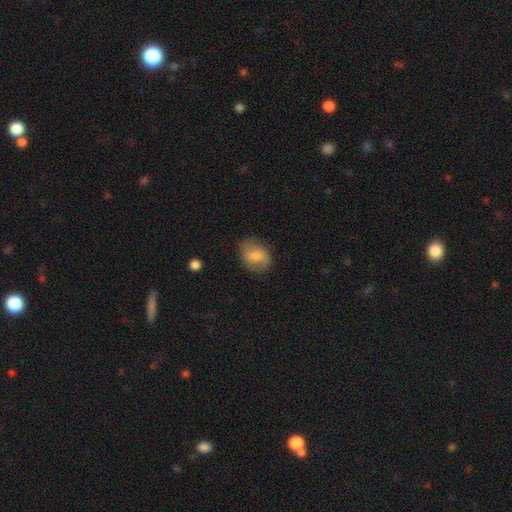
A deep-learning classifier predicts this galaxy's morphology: Overall: smooth (76%). How rounded: in between (63%; round 36%). Merging: none (73%).